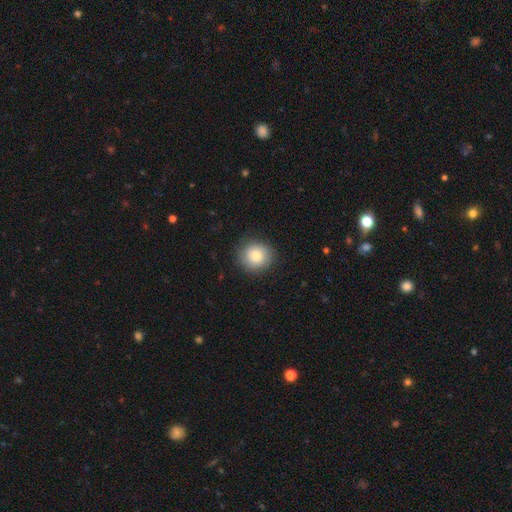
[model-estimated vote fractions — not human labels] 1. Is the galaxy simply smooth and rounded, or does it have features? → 82% smooth, 10% featured or disk, 9% star or artifact.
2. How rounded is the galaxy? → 91% round, 8% in between, 1% cigar-shaped.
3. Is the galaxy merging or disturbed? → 87% none, 9% minor disturbance, 3% major disturbance, 1% merger.